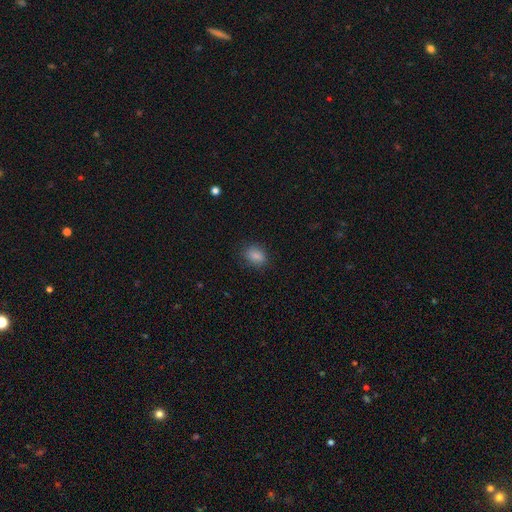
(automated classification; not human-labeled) Smooth or featured: smooth — 85% (star or artifact — 9%)
How rounded: in between — 70% (round — 28%)
Merging: none — 81% (minor disturbance — 14%)